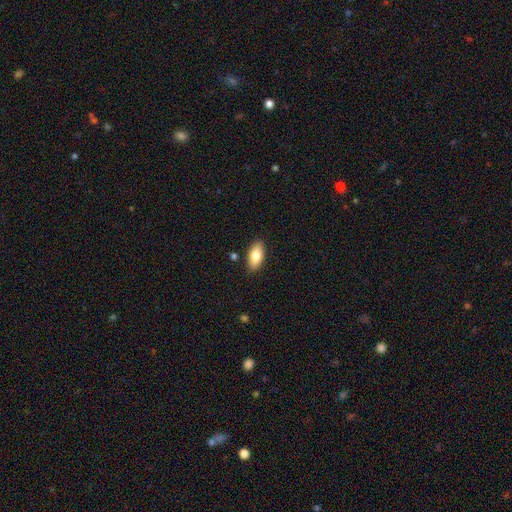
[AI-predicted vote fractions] Smooth or featured: smooth — 75% (featured or disk — 18%)
How rounded: in between — 87% (cigar-shaped — 10%)
Merging: none — 86% (minor disturbance — 10%)